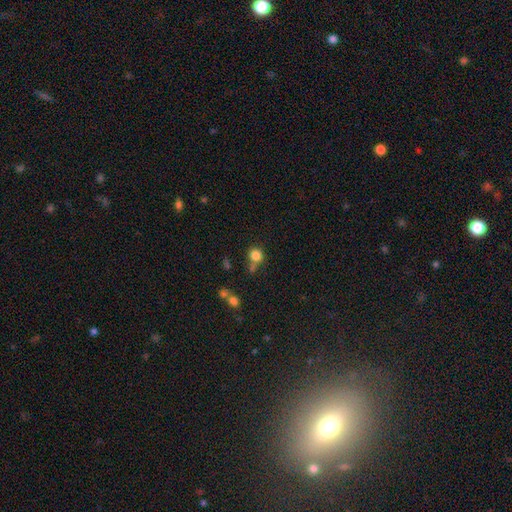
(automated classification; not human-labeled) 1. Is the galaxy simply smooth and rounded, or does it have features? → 82% smooth, 12% star or artifact, 6% featured or disk.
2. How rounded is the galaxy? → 88% round, 11% in between, 1% cigar-shaped.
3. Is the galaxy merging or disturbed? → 61% none, 18% merger, 15% minor disturbance, 6% major disturbance.